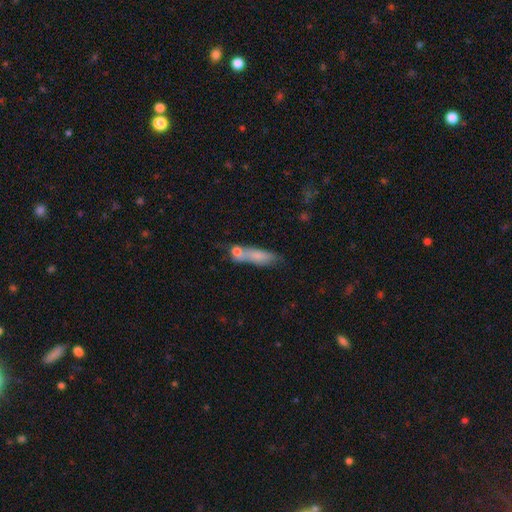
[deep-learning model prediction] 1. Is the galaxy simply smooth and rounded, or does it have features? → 68% smooth, 23% featured or disk, 9% star or artifact.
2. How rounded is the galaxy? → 57% cigar-shaped, 38% in between, 4% round.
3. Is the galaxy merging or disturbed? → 44% none, 29% merger, 18% minor disturbance, 8% major disturbance.